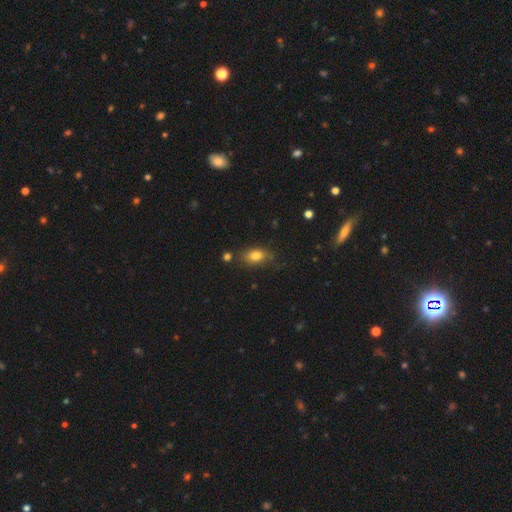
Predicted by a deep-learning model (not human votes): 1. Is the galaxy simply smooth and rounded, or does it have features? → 80% smooth, 11% featured or disk, 9% star or artifact.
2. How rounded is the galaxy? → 83% in between, 12% round, 5% cigar-shaped.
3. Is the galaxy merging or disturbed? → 70% none, 20% minor disturbance, 5% major disturbance, 5% merger.